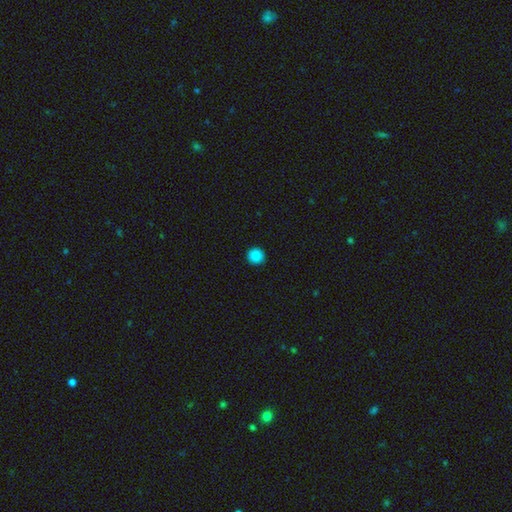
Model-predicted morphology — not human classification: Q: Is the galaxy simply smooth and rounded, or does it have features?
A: smooth — 87%.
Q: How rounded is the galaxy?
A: round — 95%.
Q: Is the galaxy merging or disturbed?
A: none — 93%.